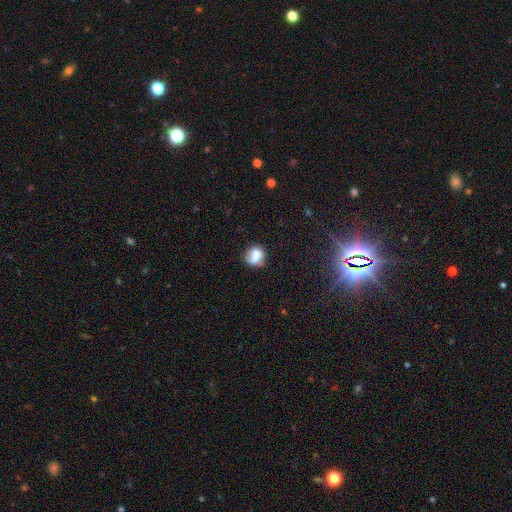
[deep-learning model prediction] This is likely a smooth galaxy (76%). How rounded: likely round (70%). Merging: possibly none (58%).